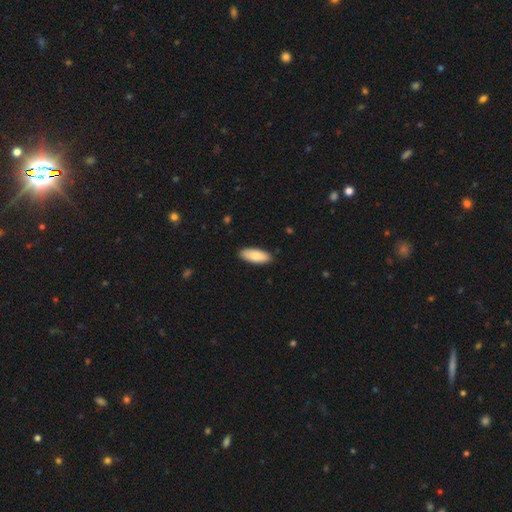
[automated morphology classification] Q: Smooth or featured?
A: smooth (85%); runner-up: featured or disk (9%)
Q: How rounded?
A: in between (79%); runner-up: cigar-shaped (20%)
Q: Merging?
A: none (88%); runner-up: minor disturbance (9%)